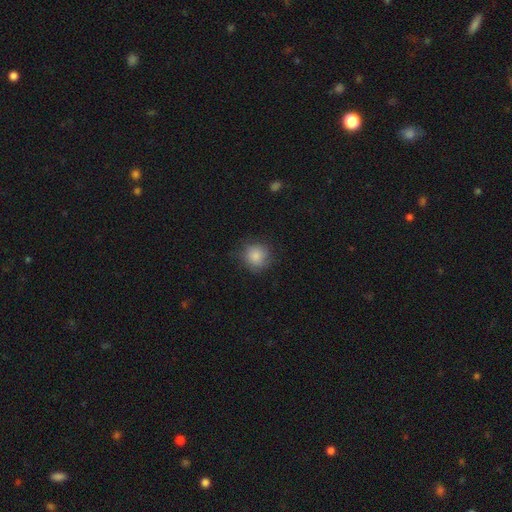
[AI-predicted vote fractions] This appears to be a smooth galaxy with no disk features (86%) that is round (90%). Merging: none (80%).